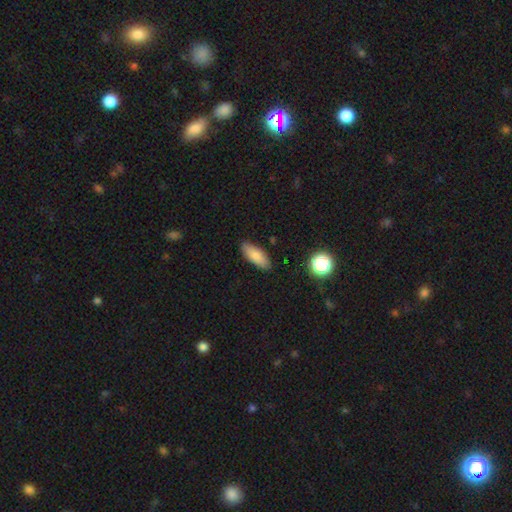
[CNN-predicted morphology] smooth_or_featured: smooth (p=0.81) [alt: featured or disk p=0.11]
how_rounded: in between (p=0.74) [alt: cigar-shaped p=0.23]
merging: none (p=0.87) [alt: minor disturbance p=0.10]